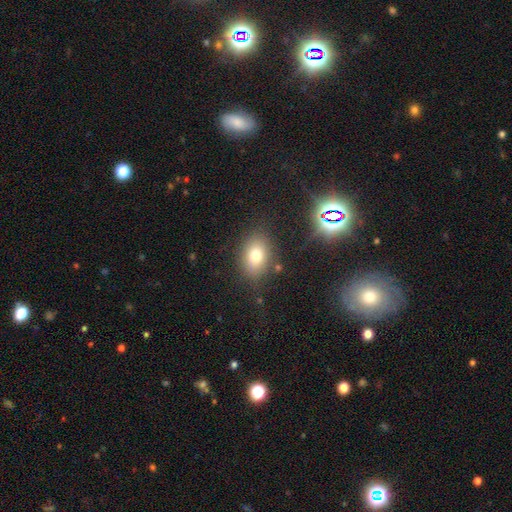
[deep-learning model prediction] Q: Smooth or featured?
A: smooth (75%); runner-up: star or artifact (13%)
Q: How rounded?
A: in between (74%); runner-up: round (24%)
Q: Merging?
A: none (80%); runner-up: minor disturbance (12%)